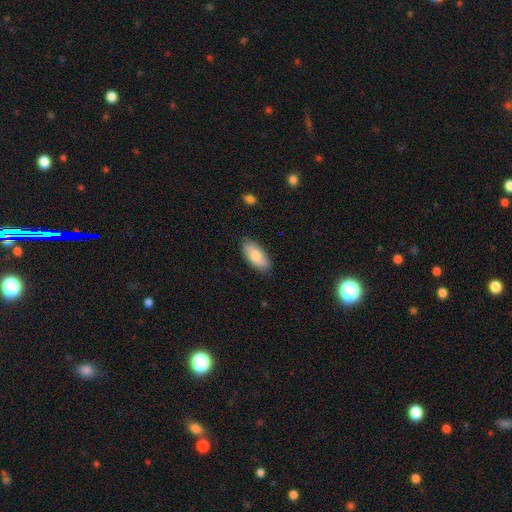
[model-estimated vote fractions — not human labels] Smooth or featured? Predicted: smooth (p=0.82). How rounded? Predicted: in between (p=0.90). Merging? Predicted: none (p=0.85).